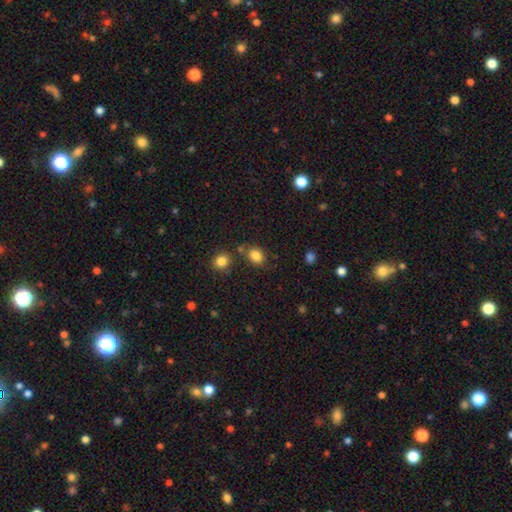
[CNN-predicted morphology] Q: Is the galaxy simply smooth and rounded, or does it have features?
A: smooth — 83%.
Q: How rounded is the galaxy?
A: in between — 58%.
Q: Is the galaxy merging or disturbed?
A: none — 67%.